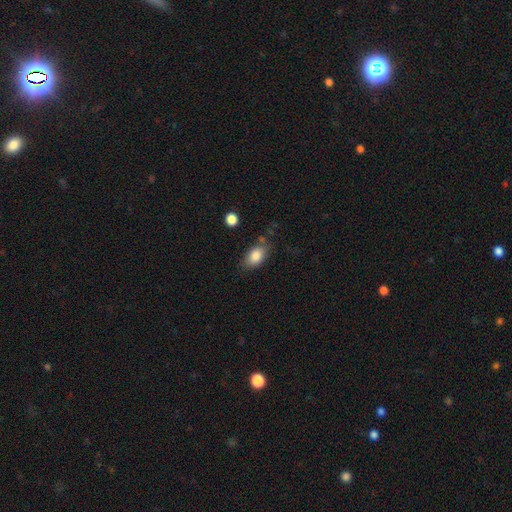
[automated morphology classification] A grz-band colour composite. It shows a smooth galaxy with no disk features (84%) that is in between round and cigar-shaped (88%). Merging: none (72%).